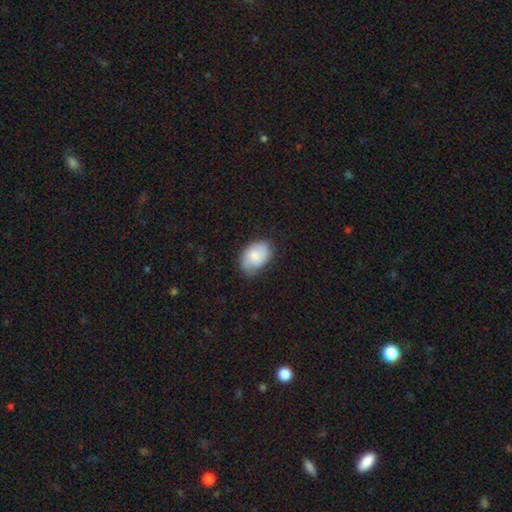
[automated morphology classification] Smooth or featured?
  - smooth: 75% *
  - featured or disk: 18%
  - star or artifact: 7%
How rounded?
  - in between: 86% *
  - round: 13%
  - cigar-shaped: 1%
Merging?
  - none: 62% *
  - minor disturbance: 29%
  - major disturbance: 7%
  - merger: 1%